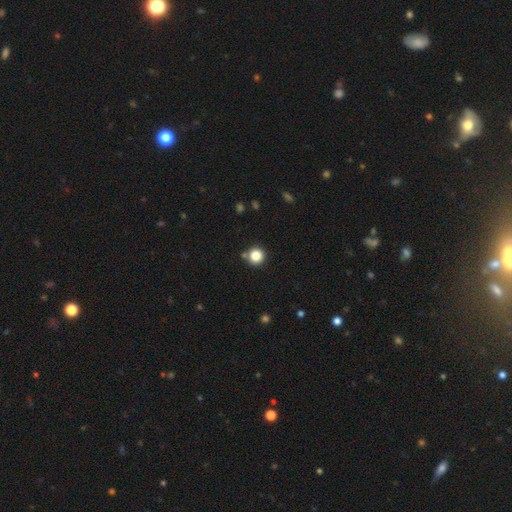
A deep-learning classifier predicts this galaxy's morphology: Smooth or featured?
  - smooth: 84% *
  - star or artifact: 12%
  - featured or disk: 4%
How rounded?
  - round: 95% *
  - in between: 5%
  - cigar-shaped: 1%
Merging?
  - none: 83% *
  - minor disturbance: 8%
  - merger: 7%
  - major disturbance: 2%